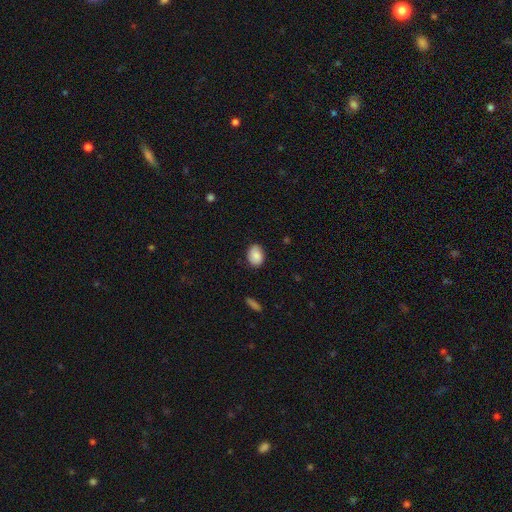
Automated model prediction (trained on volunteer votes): Morphology: type=smooth (87%); roundness=in between (69%); merging=none (86%).